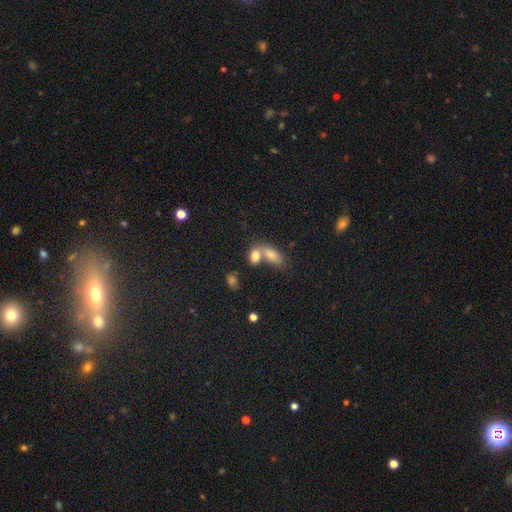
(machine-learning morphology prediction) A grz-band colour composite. It shows a smooth galaxy with no disk features (80%) that is in between round and cigar-shaped (84%). Merging: merger (54%).